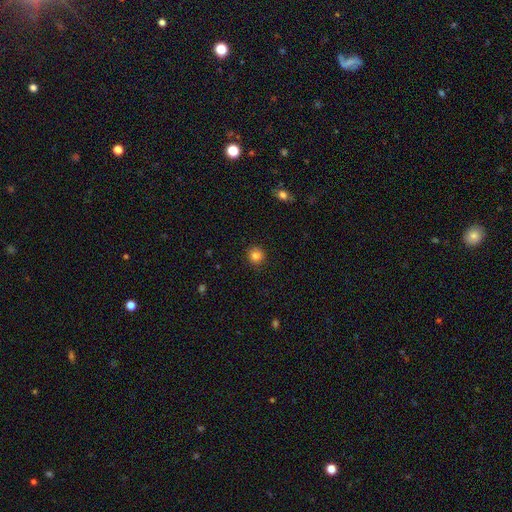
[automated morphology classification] Smooth or featured?
  - smooth: 84% *
  - star or artifact: 11%
  - featured or disk: 5%
How rounded?
  - round: 91% *
  - in between: 8%
  - cigar-shaped: 1%
Merging?
  - none: 90% *
  - minor disturbance: 7%
  - major disturbance: 2%
  - merger: 1%